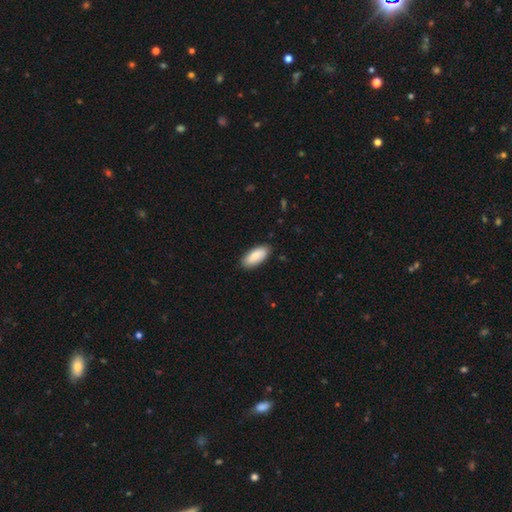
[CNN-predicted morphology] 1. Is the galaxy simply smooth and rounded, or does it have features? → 87% smooth, 8% featured or disk, 5% star or artifact.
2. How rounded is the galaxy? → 85% in between, 13% cigar-shaped, 2% round.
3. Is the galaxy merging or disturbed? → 87% none, 10% minor disturbance, 2% major disturbance, 1% merger.